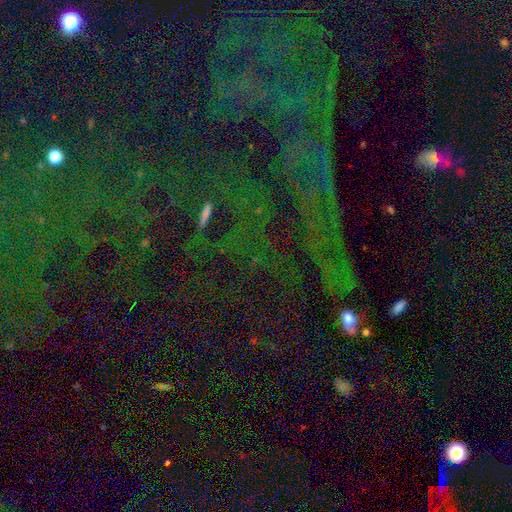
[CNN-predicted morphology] smooth-or-featured: star or artifact: 78% | smooth: 11% | featured or disk: 10%